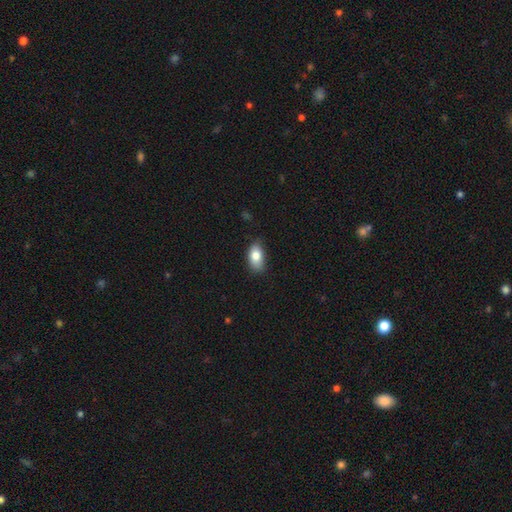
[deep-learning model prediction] This appears to be a smooth galaxy with no disk features (81%) that is in between round and cigar-shaped (90%). Merging: none (71%).